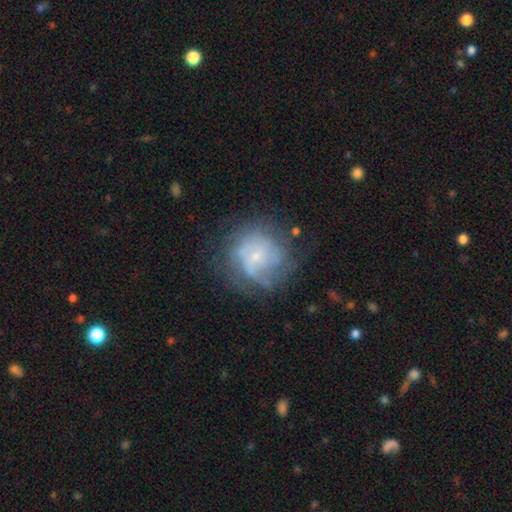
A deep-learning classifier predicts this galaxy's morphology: featured or disk 65%, smooth 25%, star or artifact 9%. Down the decision tree: edge-on disk — no (98%); bar — no (67%); spiral arms — yes (79%); spiral arm count — can't tell (49%); spiral winding — tight (48%); bulge size — small (75%); merging — none (63%).